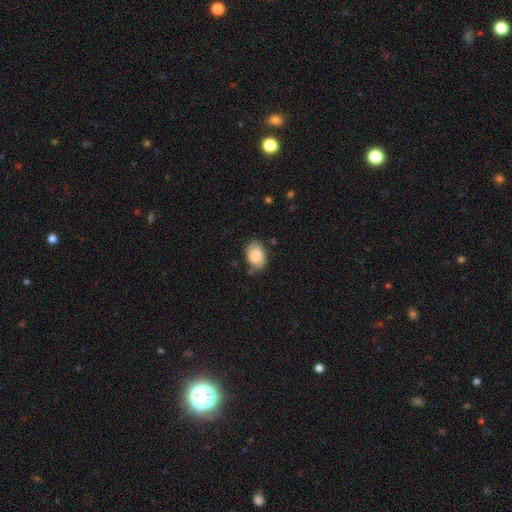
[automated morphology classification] Smooth or featured? Predicted: smooth (p=0.83). How rounded? Predicted: in between (p=0.83). Merging? Predicted: none (p=0.70).